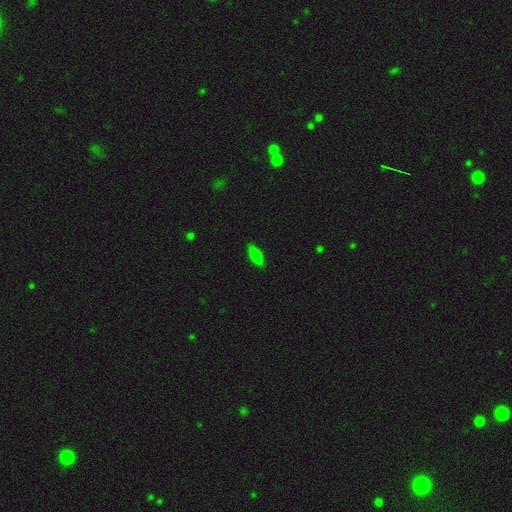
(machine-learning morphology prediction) smooth_or_featured: smooth (p=0.76) [alt: featured or disk p=0.15]
how_rounded: in between (p=0.69) [alt: cigar-shaped p=0.28]
merging: none (p=0.86) [alt: minor disturbance p=0.11]